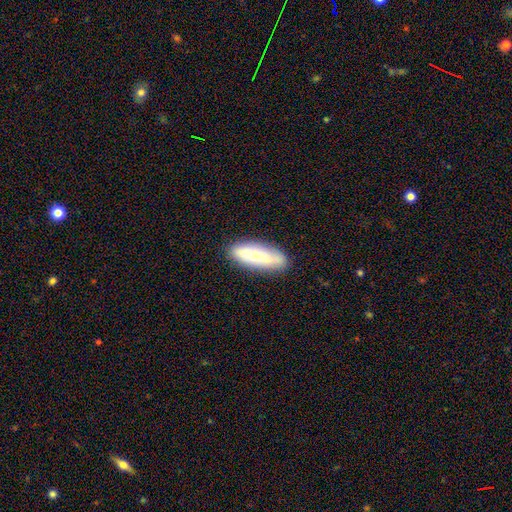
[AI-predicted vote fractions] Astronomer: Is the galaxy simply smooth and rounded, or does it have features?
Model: smooth — 61%.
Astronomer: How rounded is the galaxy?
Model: in between — 56% (runner-up: cigar-shaped, 42%).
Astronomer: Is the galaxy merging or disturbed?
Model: none — 85%.